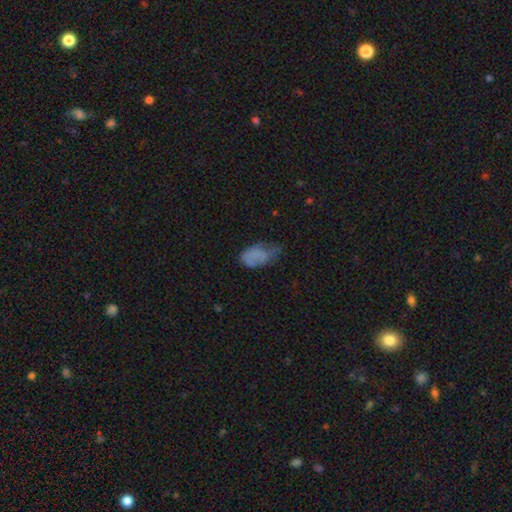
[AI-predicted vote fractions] Q: Smooth or featured?
A: smooth (68%); runner-up: featured or disk (21%)
Q: How rounded?
A: in between (92%); runner-up: round (6%)
Q: Merging?
A: minor disturbance (40%); runner-up: none (32%)